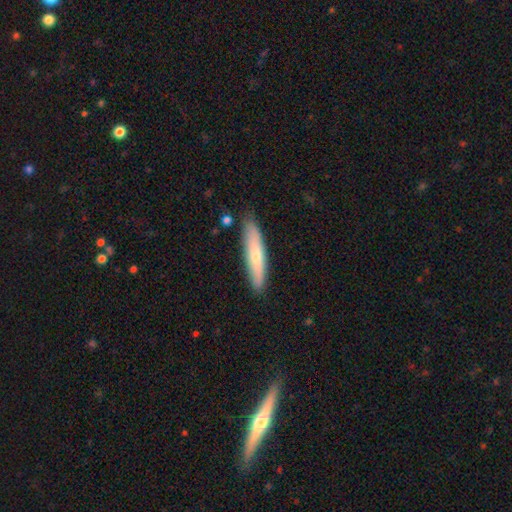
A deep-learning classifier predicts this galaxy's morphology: Smooth or featured?
  - smooth: 62% *
  - featured or disk: 33%
  - star or artifact: 6%
How rounded?
  - cigar-shaped: 83% *
  - in between: 16%
  - round: 1%
Merging?
  - none: 86% *
  - minor disturbance: 11%
  - major disturbance: 2%
  - merger: 2%